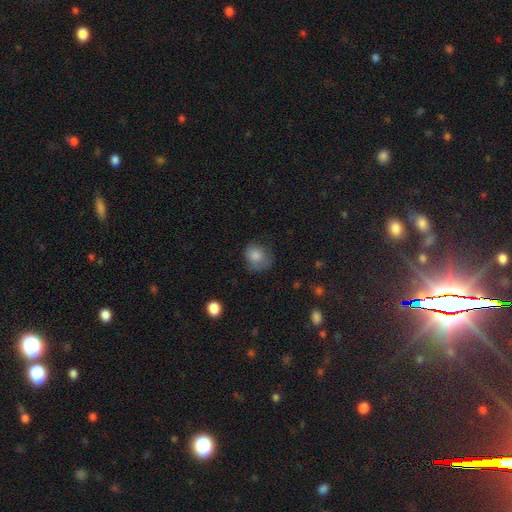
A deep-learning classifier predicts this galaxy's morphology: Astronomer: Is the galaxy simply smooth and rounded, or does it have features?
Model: smooth — 82%.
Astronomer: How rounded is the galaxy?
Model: round — 69%.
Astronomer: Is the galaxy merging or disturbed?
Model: none — 59%.